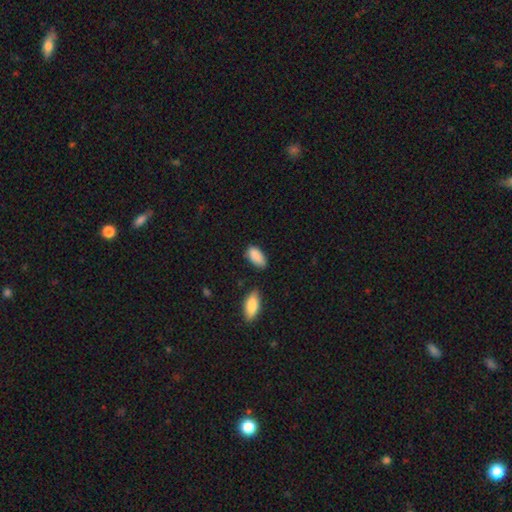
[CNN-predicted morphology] The model was most divided on "merging": none: 69%, minor disturbance: 22%, merger: 5%, major disturbance: 4%. More confident: how rounded — in between (92%); smooth or featured — smooth (89%).